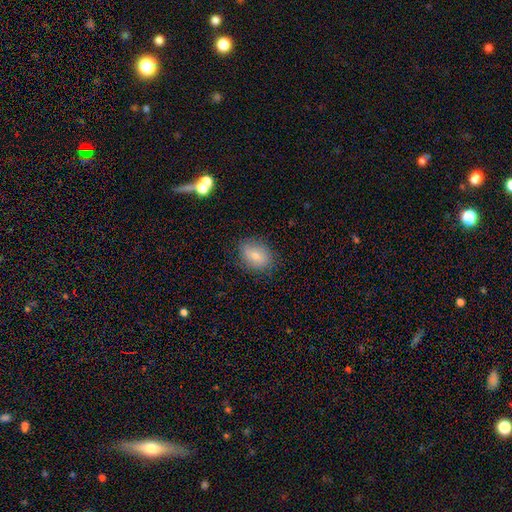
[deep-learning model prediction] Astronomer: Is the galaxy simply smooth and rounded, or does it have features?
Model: smooth — 75%.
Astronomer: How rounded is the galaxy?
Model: in between — 67%.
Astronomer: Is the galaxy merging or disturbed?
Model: none — 80%.